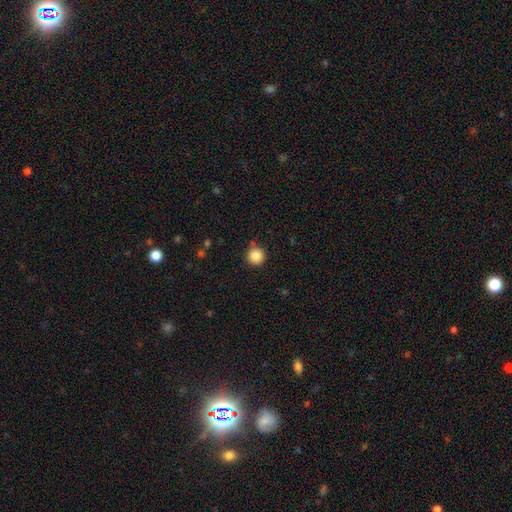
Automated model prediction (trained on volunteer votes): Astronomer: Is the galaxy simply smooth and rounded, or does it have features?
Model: smooth — 86%.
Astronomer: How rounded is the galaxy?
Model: round — 96%.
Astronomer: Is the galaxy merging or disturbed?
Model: none — 88%.